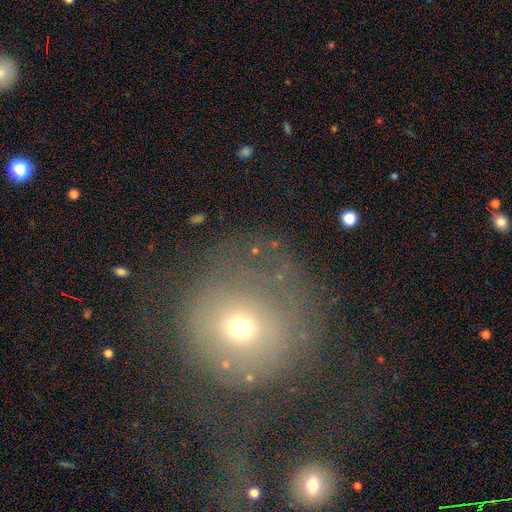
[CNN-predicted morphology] Overall: smooth (55%; featured or disk 25%). How rounded: round (91%). Merging: none (42%; major disturbance 34%).